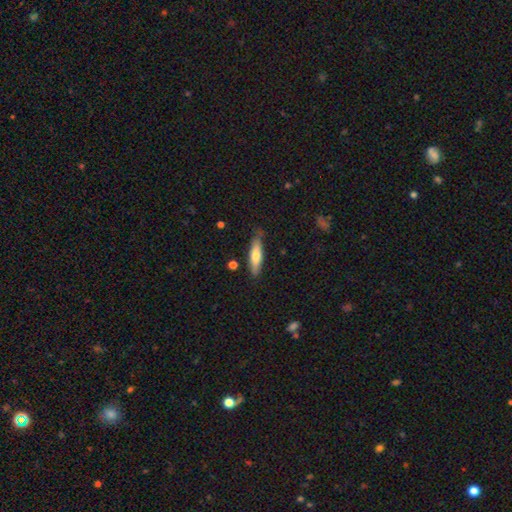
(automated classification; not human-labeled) smooth-or-featured: smooth: 66% | featured or disk: 28% | star or artifact: 6%
  how-rounded: cigar-shaped: 64% | in between: 34% | round: 2%
  merging: none: 78% | minor disturbance: 17% | major disturbance: 3% | merger: 2%